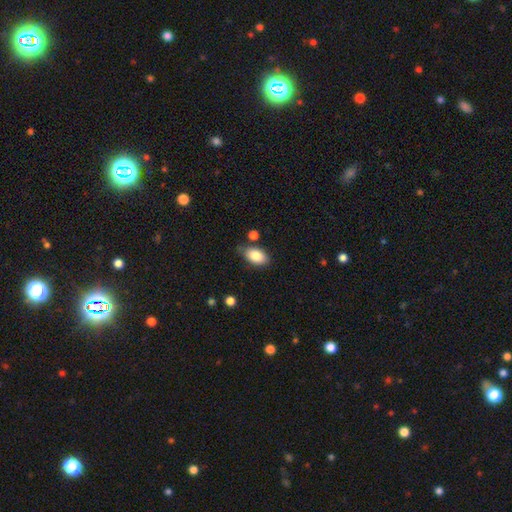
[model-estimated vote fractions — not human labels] A smooth galaxy with no disk features (85%) that is in between round and cigar-shaped (92%).

Vote fractions:
- Smooth or featured? smooth: 85% / featured or disk: 8% / star or artifact: 7%
- How rounded? in between: 92% / round: 6% / cigar-shaped: 2%
- Merging? none: 69% / minor disturbance: 21% / merger: 5% / major disturbance: 5%